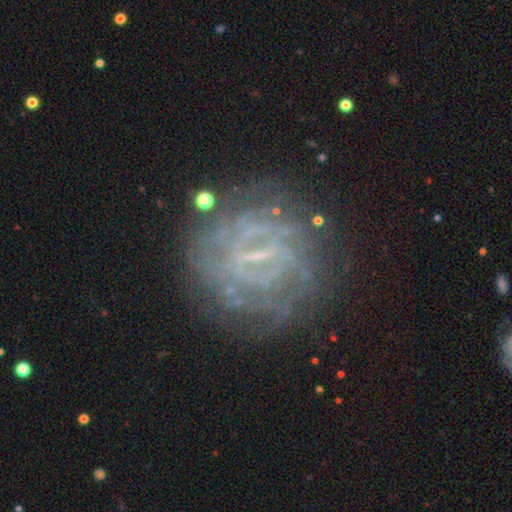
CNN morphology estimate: type=featured or disk (75%); edge-on=no (97%); bar=weak (42%); spiral arms=yes (72%); winding=tight (66%); arm count=can't tell (53%); bulge=small (45%); merging=none (74%).